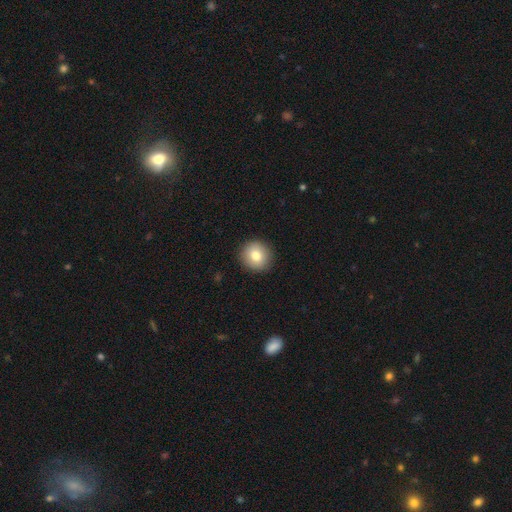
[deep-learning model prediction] A smooth galaxy with no disk features (81%) that is round (92%). Merging: none (92%).